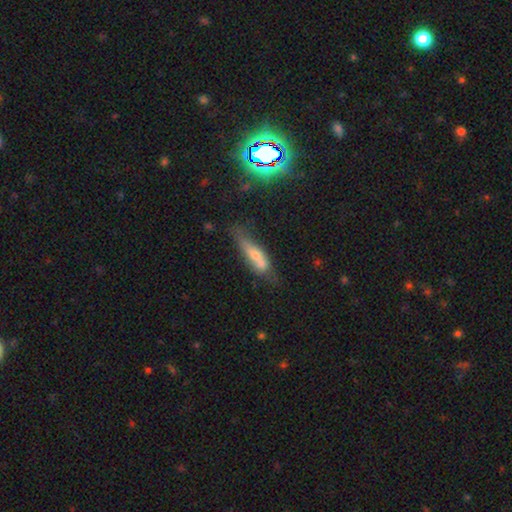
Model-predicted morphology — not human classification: This appears to be a smooth galaxy with no disk features (52%) that is cigar-shaped (61%). Merging: none (42%).